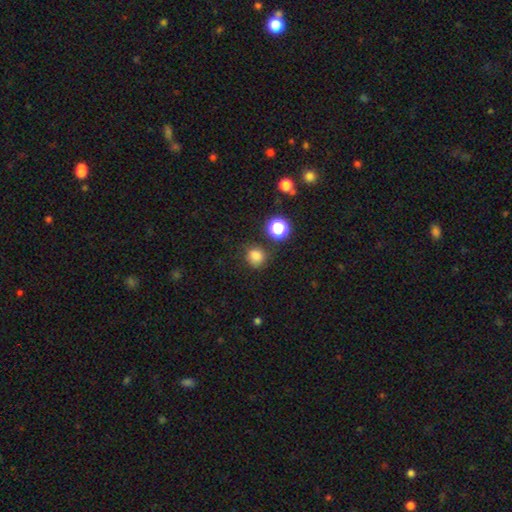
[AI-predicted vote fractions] Morphology: type=smooth (79%); roundness=round (83%); merging=none (78%).